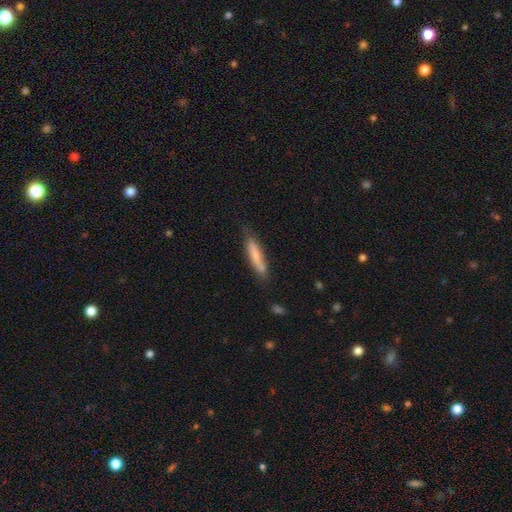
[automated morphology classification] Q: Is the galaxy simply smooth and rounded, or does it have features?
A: smooth — 73%.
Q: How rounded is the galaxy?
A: cigar-shaped — 85%.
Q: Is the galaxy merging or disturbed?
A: none — 71%.